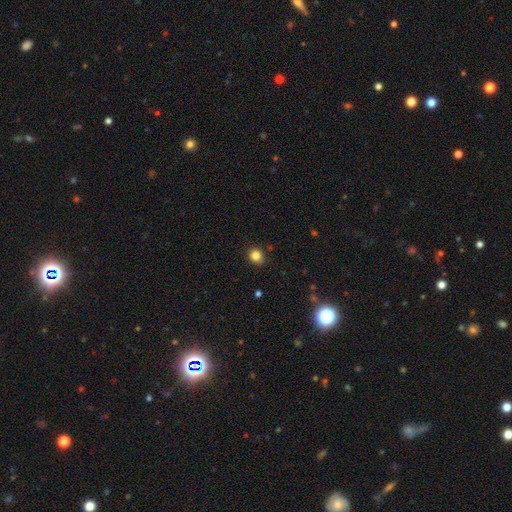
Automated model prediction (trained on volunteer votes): The model was most divided on "how rounded": round: 76%, in between: 23%, cigar-shaped: 1%. More confident: merging — none (85%); smooth or featured — smooth (82%).